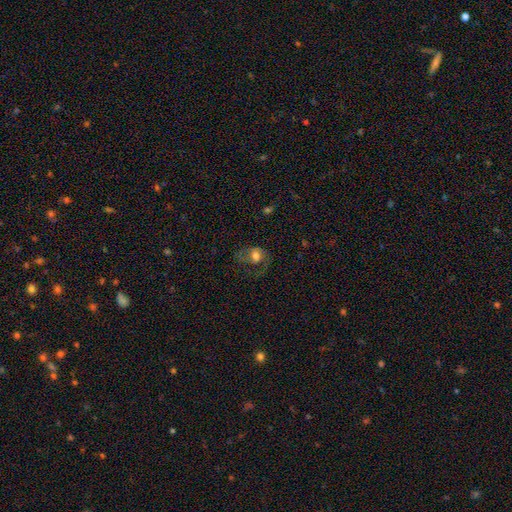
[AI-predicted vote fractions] A smooth galaxy with no disk features (50%). Merging: none (40%).